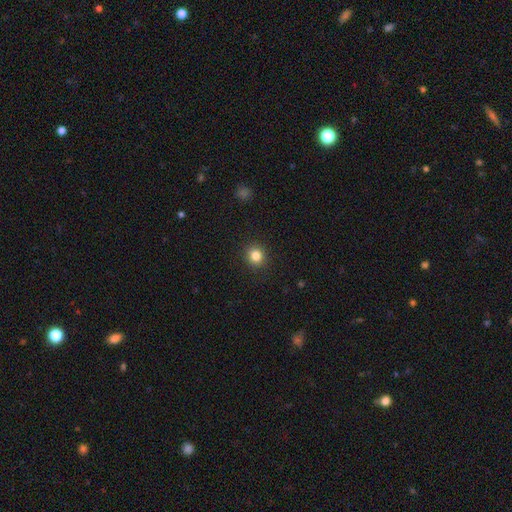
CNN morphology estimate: Overall: smooth (83%). How rounded: round (89%). Merging: none (92%).